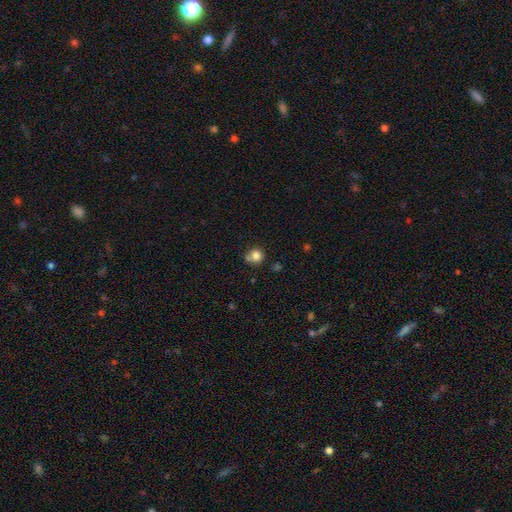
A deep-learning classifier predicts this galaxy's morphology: smooth_or_featured: smooth (p=0.82) [alt: star or artifact p=0.11]
how_rounded: round (p=0.84) [alt: in between p=0.15]
merging: none (p=0.56) [alt: minor disturbance p=0.23]